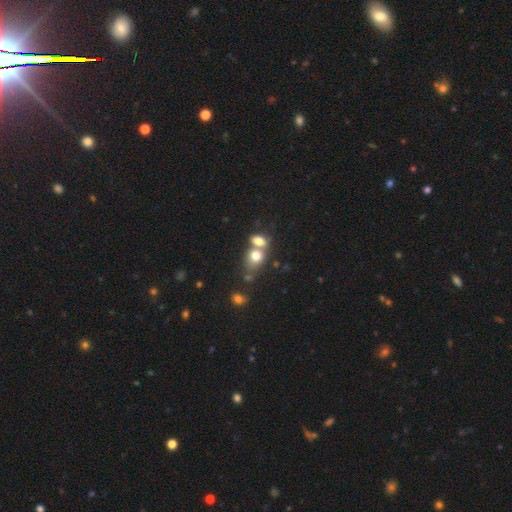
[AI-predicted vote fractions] This appears to be a smooth galaxy with no disk features (75%) that is in between round and cigar-shaped (56%). Merging: merger (60%).